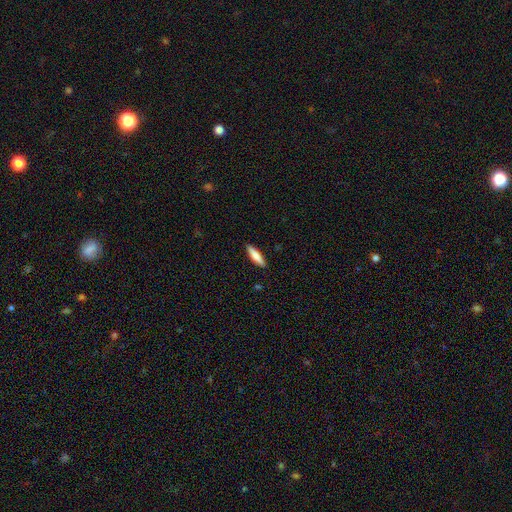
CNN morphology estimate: This appears to be a smooth galaxy with no disk features (75%) that is cigar-shaped (76%). Merging: none (90%).